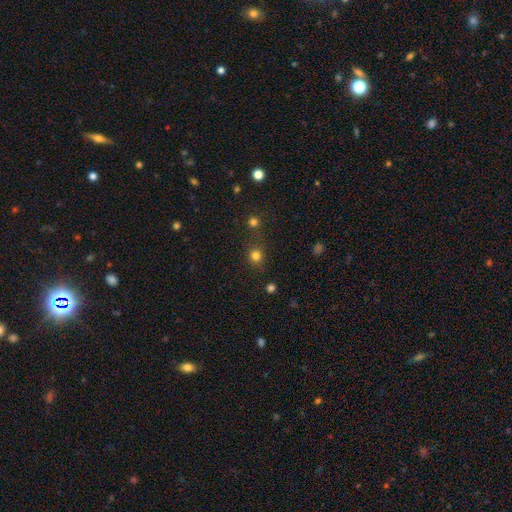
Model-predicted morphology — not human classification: A smooth galaxy with no disk features (77%) that is round (90%).

Vote fractions:
- Smooth or featured? smooth: 77% / star or artifact: 18% / featured or disk: 5%
- How rounded? round: 90% / in between: 9% / cigar-shaped: 1%
- Merging? none: 79% / minor disturbance: 9% / merger: 7% / major disturbance: 4%